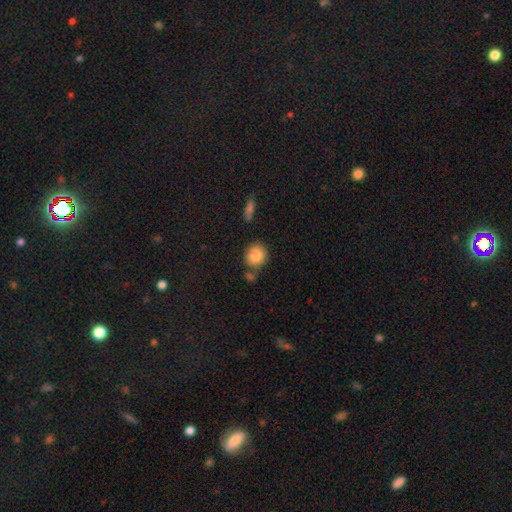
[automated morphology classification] smooth_or_featured: smooth (p=0.83) [alt: star or artifact p=0.08]
how_rounded: round (p=0.83) [alt: in between p=0.16]
merging: none (p=0.69) [alt: merger p=0.15]